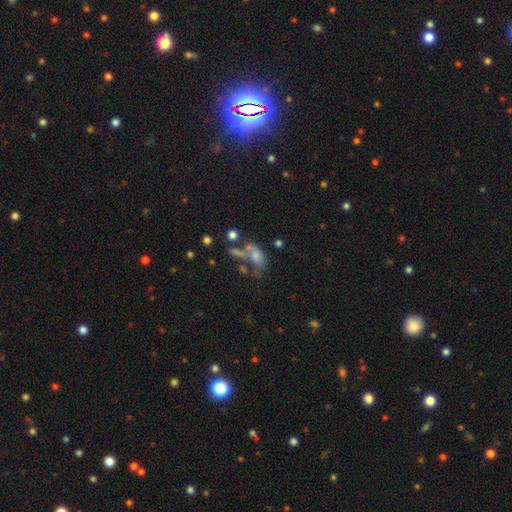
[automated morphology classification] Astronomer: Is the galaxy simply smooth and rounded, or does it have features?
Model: smooth — 56%.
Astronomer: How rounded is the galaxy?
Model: in between — 81%.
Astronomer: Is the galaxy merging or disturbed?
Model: merger — 36% (runner-up: major disturbance, 27%).